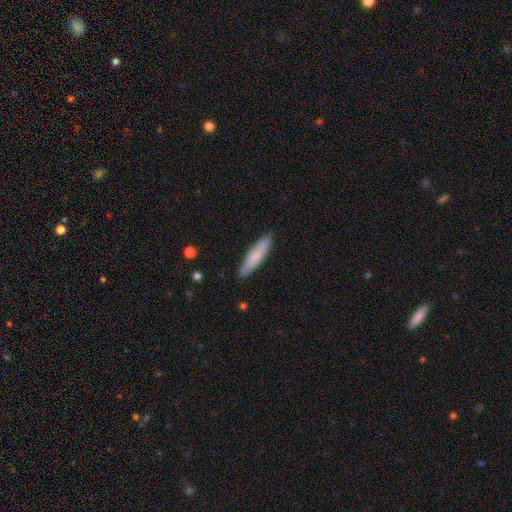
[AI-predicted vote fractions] Smooth or featured?
  - smooth: 75% *
  - featured or disk: 19%
  - star or artifact: 5%
How rounded?
  - cigar-shaped: 83% *
  - in between: 16%
  - round: 1%
Merging?
  - none: 89% *
  - minor disturbance: 8%
  - major disturbance: 2%
  - merger: 1%